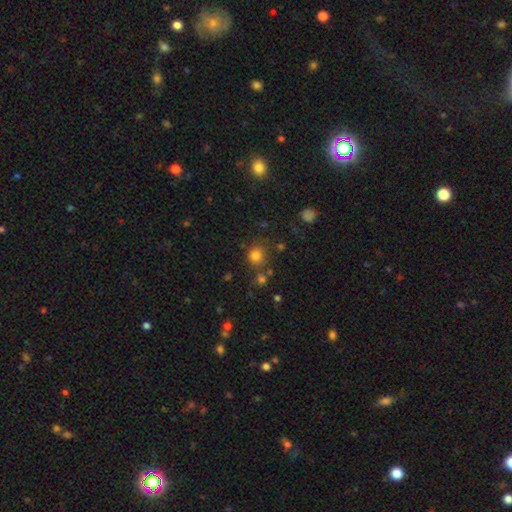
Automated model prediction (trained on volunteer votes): This is likely a smooth galaxy (78%). How rounded: clearly round (85%). Merging: likely none (75%).